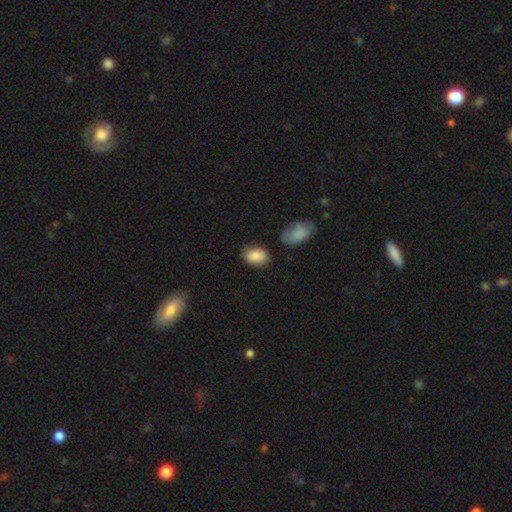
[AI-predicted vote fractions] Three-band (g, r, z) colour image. It shows a smooth galaxy with no disk features (88%) that is in between round and cigar-shaped (87%). Merging: none (78%).